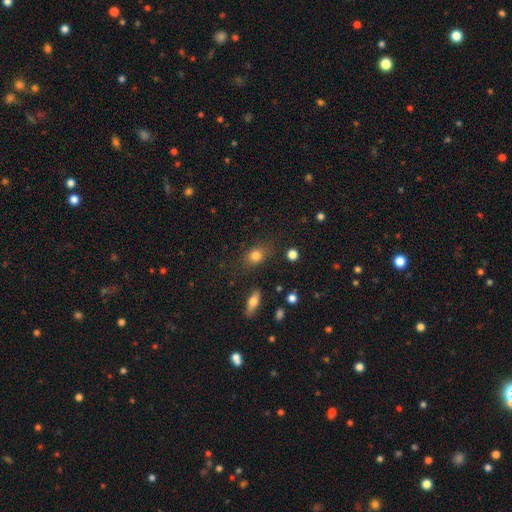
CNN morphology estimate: Smooth or featured? smooth (81%)
How rounded? in between (54%)
Merging? none (77%)